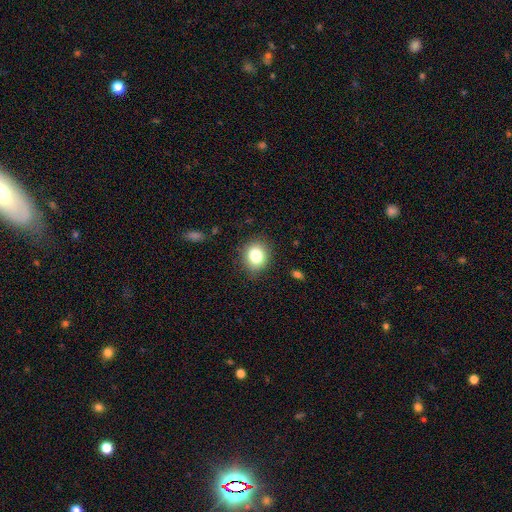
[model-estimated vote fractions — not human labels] Morphology: type=smooth (82%); roundness=round (69%); merging=none (86%).